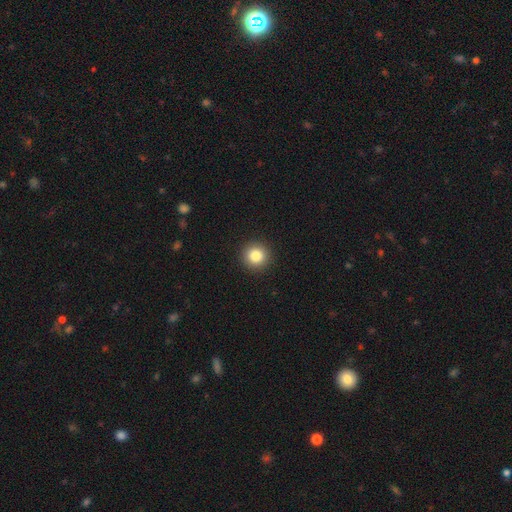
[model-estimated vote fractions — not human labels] Overall: smooth (84%). How rounded: round (95%). Merging: none (93%).